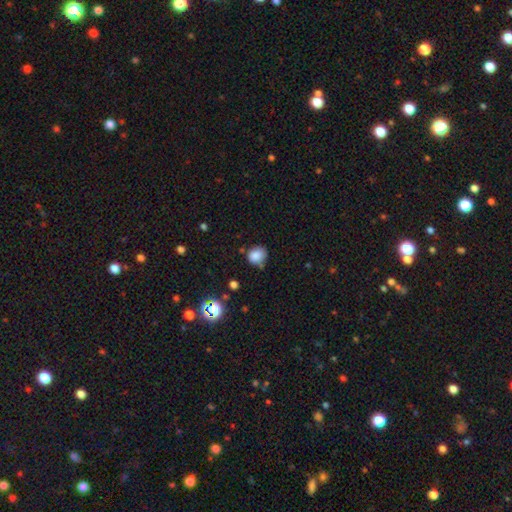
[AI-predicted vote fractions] Morphology: type=smooth (82%); roundness=round (75%); merging=none (64%).